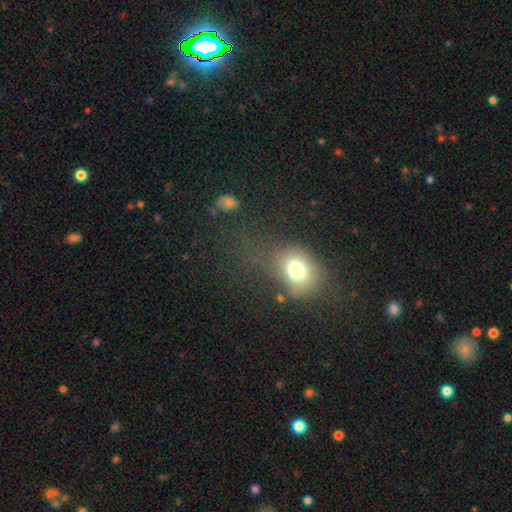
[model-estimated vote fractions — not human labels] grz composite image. It shows a smooth galaxy with no disk features (57%) that is round (55%). Merging: none (55%).